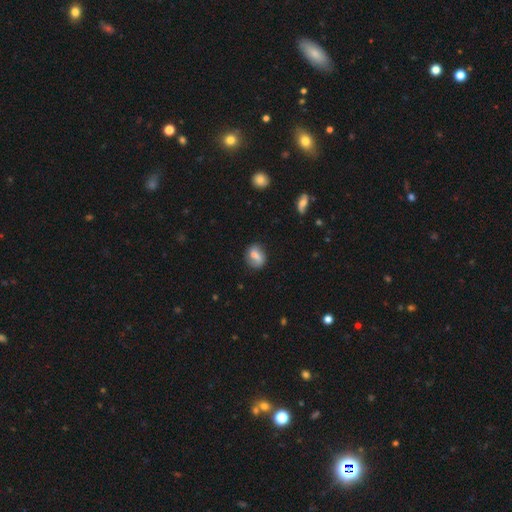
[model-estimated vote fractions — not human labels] Overall: smooth (59%; featured or disk 32%). How rounded: in between (54%; round 43%). Merging: none (70%).